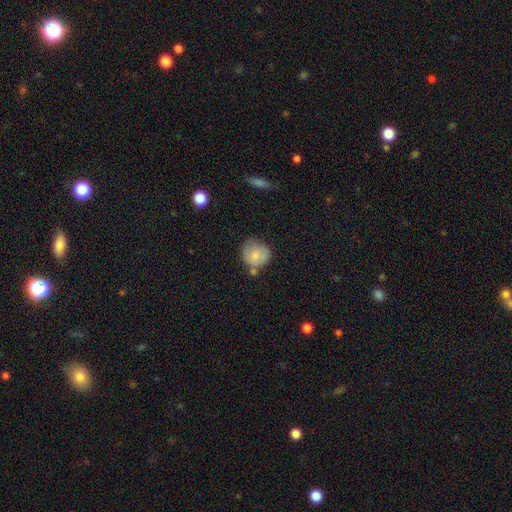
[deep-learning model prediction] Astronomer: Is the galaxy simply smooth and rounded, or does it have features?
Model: smooth — 81%.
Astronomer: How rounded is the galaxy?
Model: round — 83%.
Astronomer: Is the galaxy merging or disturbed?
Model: none — 57%.